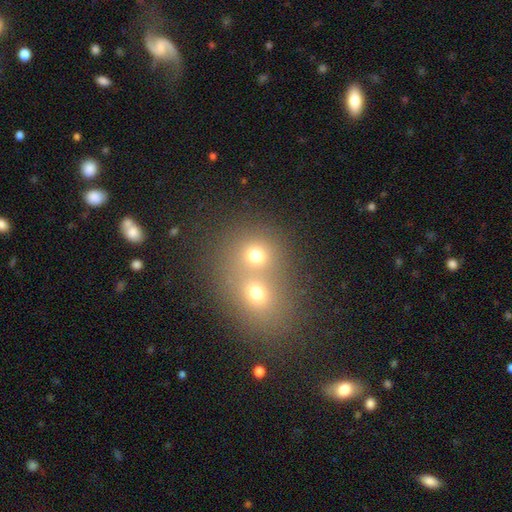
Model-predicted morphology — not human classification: Smooth or featured: smooth — 69% (star or artifact — 18%)
How rounded: round — 77% (in between — 22%)
Merging: merger — 59% (none — 33%)